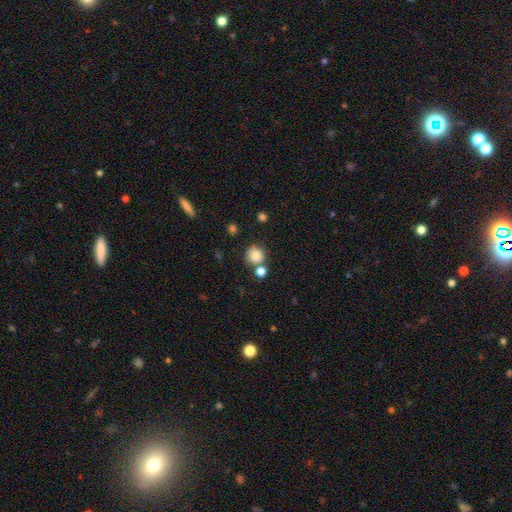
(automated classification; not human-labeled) smooth_or_featured: smooth (p=0.83) [alt: star or artifact p=0.11]
how_rounded: round (p=0.88) [alt: in between p=0.11]
merging: none (p=0.65) [alt: merger p=0.19]